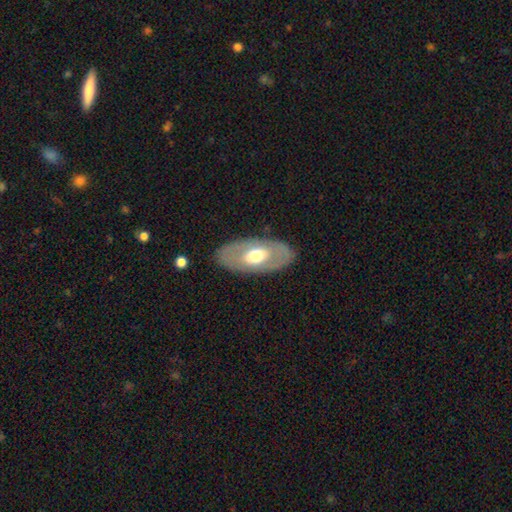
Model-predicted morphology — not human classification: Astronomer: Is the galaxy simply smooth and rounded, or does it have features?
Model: featured or disk — 50% (runner-up: smooth, 44%).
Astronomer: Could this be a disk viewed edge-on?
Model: no — 85%.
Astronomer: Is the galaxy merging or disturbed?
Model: none — 85%.